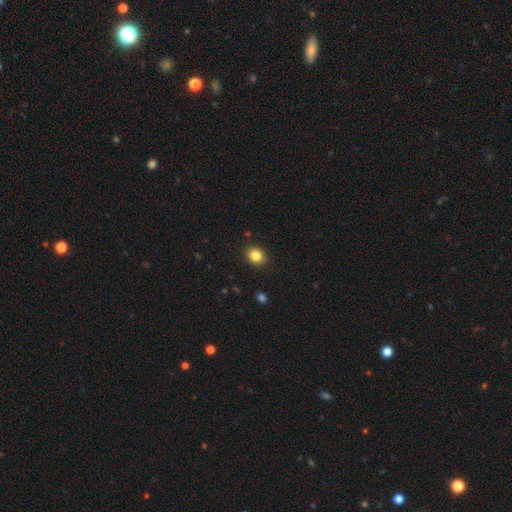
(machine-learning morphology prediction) Smooth or featured? smooth (84%)
How rounded? round (63%)
Merging? none (90%)